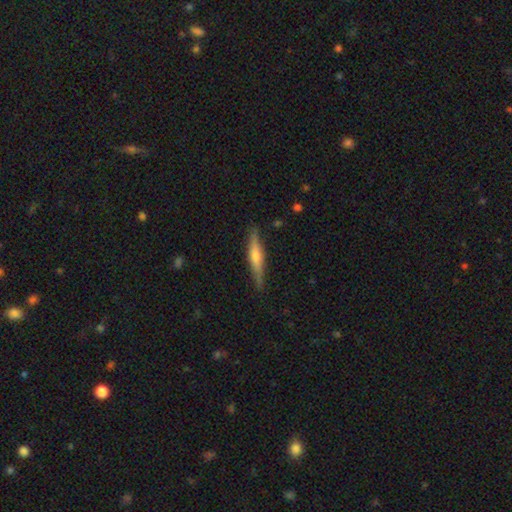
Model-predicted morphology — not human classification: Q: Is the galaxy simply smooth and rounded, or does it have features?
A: featured or disk — 56%.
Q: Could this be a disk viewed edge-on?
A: yes — 96%.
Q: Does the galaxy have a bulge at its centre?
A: rounded — 72%.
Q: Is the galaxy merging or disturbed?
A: none — 87%.